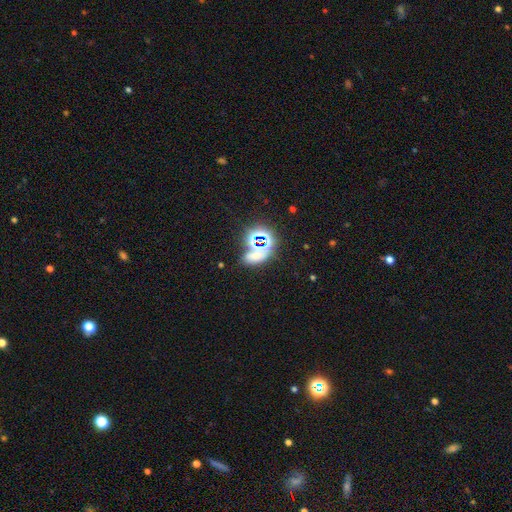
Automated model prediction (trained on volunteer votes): This appears to be a star or artifact, not a galaxy (53%).